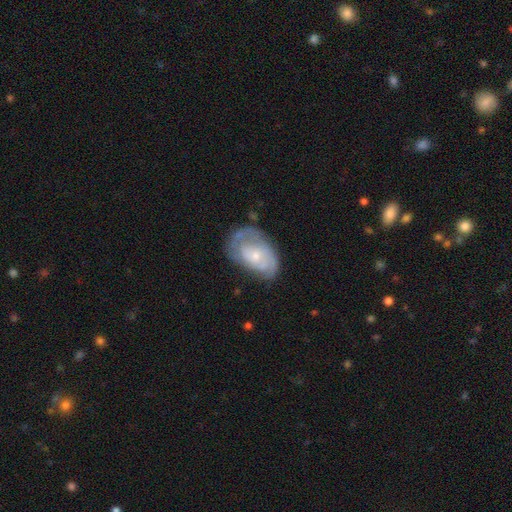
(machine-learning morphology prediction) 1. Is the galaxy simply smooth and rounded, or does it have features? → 65% featured or disk, 29% smooth, 6% star or artifact.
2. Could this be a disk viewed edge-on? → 96% no, 4% yes.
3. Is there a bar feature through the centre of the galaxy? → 78% no, 19% weak, 3% strong.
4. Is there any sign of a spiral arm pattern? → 75% yes, 25% no.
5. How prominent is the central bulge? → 60% small, 34% moderate, 3% none, 3% large, 1% dominant.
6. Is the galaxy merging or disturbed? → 56% none, 27% minor disturbance, 15% major disturbance, 2% merger.